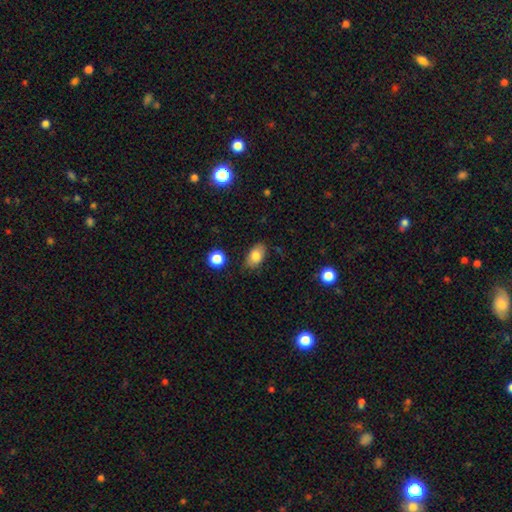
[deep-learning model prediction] Smooth or featured?
  - smooth: 81% *
  - featured or disk: 11%
  - star or artifact: 9%
How rounded?
  - in between: 89% *
  - round: 9%
  - cigar-shaped: 2%
Merging?
  - none: 82% *
  - minor disturbance: 13%
  - major disturbance: 3%
  - merger: 2%